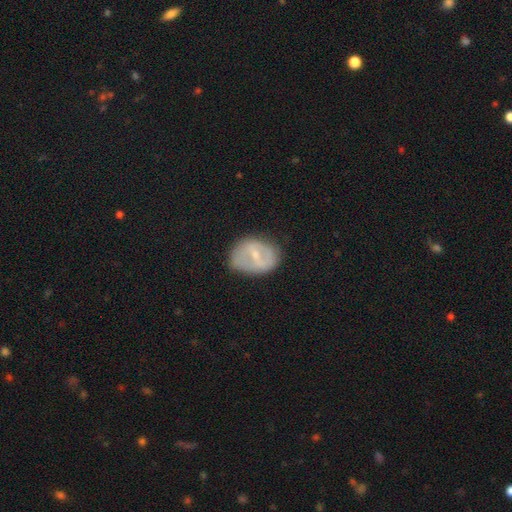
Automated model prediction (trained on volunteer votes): smooth-or-featured: featured or disk: 54% | smooth: 39% | star or artifact: 7%
  disk-edge-on: no: 95% | yes: 5%
    bar: weak: 45% | strong: 37% | no: 19%
    has-spiral-arms: no: 62% | yes: 38%
    bulge-size: small: 60% | moderate: 29% | none: 9% | large: 2% | dominant: 1%
  merging: none: 67% | minor disturbance: 23% | major disturbance: 8% | merger: 2%